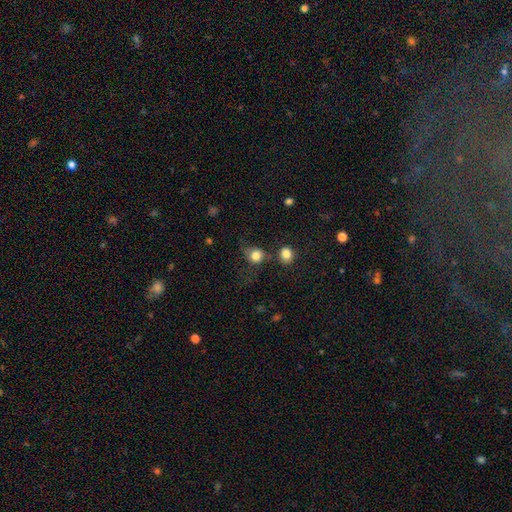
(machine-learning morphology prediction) Smooth or featured?
  - smooth: 81% *
  - star or artifact: 10%
  - featured or disk: 8%
How rounded?
  - round: 81% *
  - in between: 18%
  - cigar-shaped: 1%
Merging?
  - none: 51% *
  - minor disturbance: 23%
  - major disturbance: 15%
  - merger: 11%